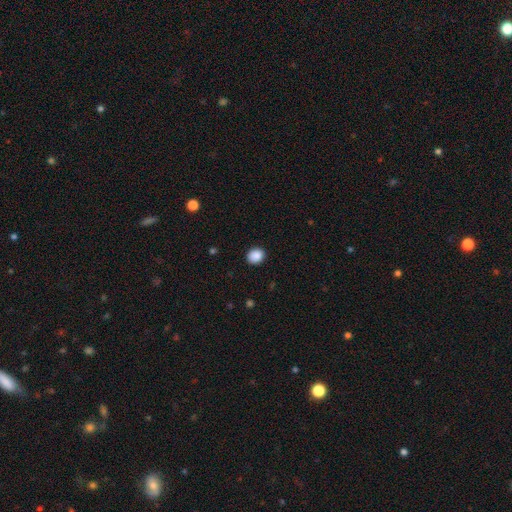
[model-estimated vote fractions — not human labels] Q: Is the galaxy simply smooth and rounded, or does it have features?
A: smooth — 89%.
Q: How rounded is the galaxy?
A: round — 65%.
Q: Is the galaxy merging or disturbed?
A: none — 89%.